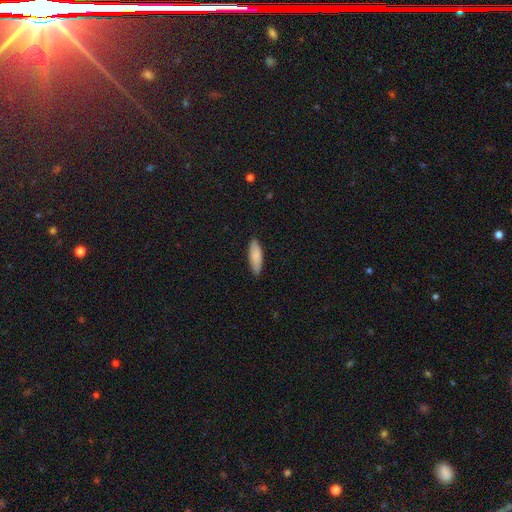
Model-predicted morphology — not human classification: Smooth or featured?
  - smooth: 86% *
  - featured or disk: 9%
  - star or artifact: 6%
How rounded?
  - in between: 59% *
  - cigar-shaped: 40%
  - round: 2%
Merging?
  - none: 84% *
  - minor disturbance: 13%
  - major disturbance: 2%
  - merger: 1%